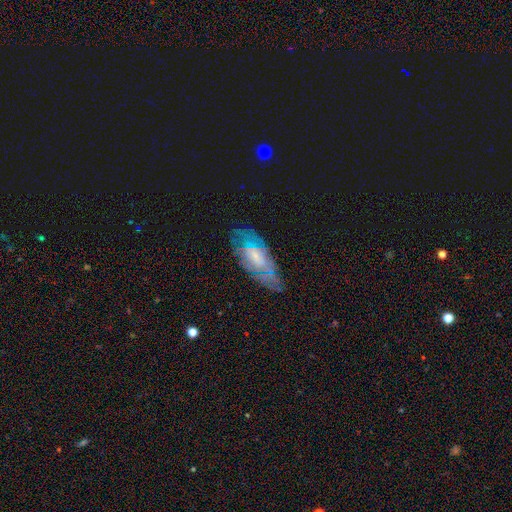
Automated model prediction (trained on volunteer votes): Morphology: type=featured or disk (60%); edge-on=no (84%); bar=no (60%); spiral arms=yes (65%); bulge=small (42%); merging=none (65%).